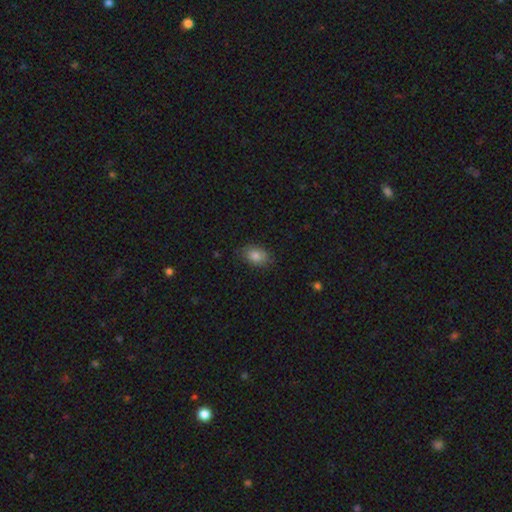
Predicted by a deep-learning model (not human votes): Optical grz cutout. It shows a smooth galaxy with no disk features (84%) that is in between round and cigar-shaped (82%). Merging: none (81%).